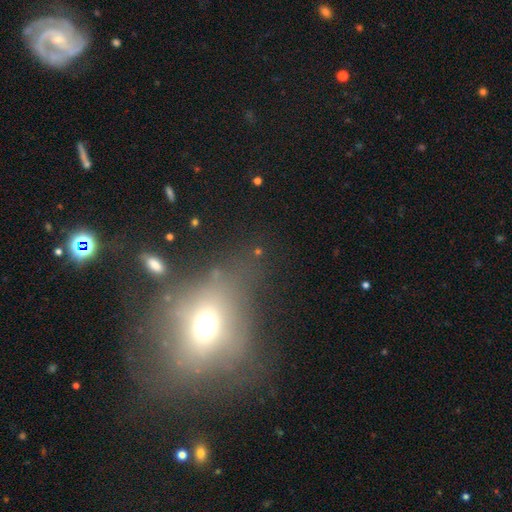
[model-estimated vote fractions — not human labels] smooth_or_featured: smooth (p=0.44) [alt: star or artifact p=0.33]
merging: none (p=0.52) [alt: major disturbance p=0.21]